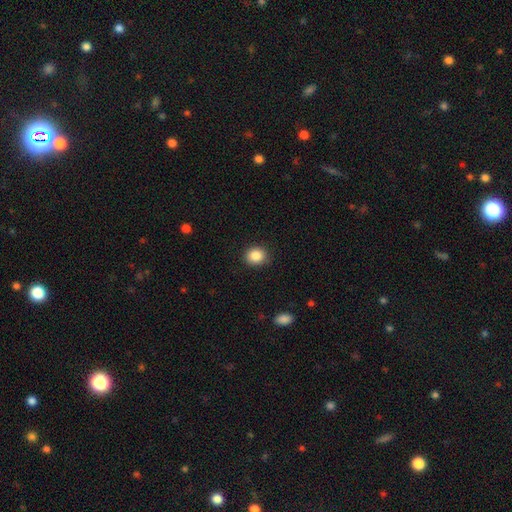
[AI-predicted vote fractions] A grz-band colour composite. It shows a smooth galaxy with no disk features (87%) that is round (71%). Merging: none (87%).